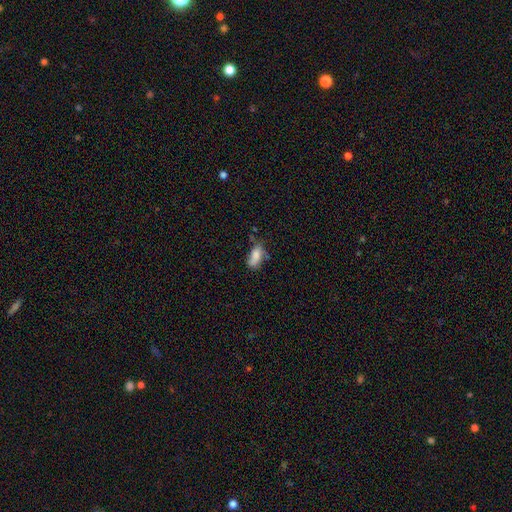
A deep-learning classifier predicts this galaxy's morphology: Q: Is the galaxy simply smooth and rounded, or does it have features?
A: smooth — 79%.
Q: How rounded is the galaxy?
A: in between — 87%.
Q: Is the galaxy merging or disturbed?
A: none — 46%.